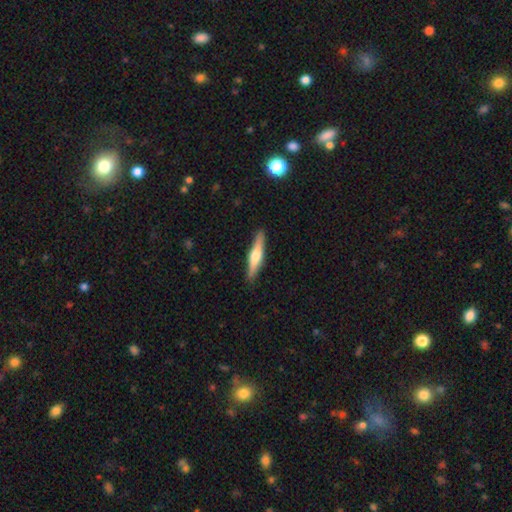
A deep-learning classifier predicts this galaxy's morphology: A featured or disk galaxy (54%) viewed edge-on (96%) with a rounded central bulge (88%). Merging: none (90%).